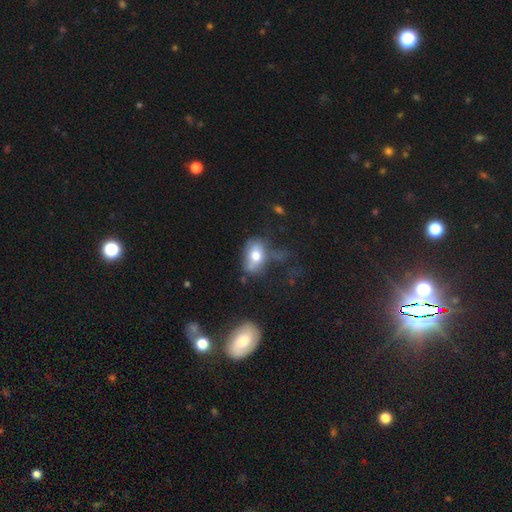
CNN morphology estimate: smooth-or-featured: smooth: 70% | featured or disk: 21% | star or artifact: 10%
  how-rounded: in between: 81% | round: 17% | cigar-shaped: 2%
  merging: none: 37% | minor disturbance: 28% | major disturbance: 25% | merger: 9%